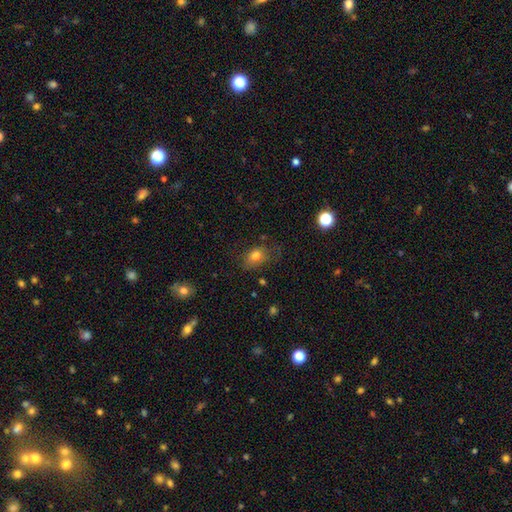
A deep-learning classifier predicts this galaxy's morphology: smooth_or_featured: smooth (p=0.78) [alt: featured or disk p=0.11]
how_rounded: in between (p=0.74) [alt: round p=0.24]
merging: none (p=0.56) [alt: minor disturbance p=0.28]